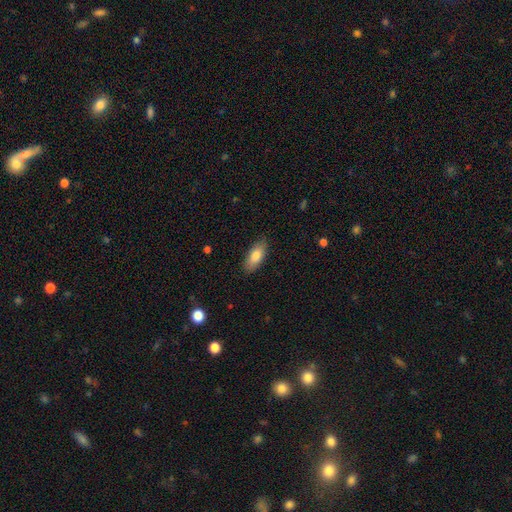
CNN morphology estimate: smooth 80%, featured or disk 13%, star or artifact 6%. Down the decision tree: how rounded — in between (82%); merging — none (86%).